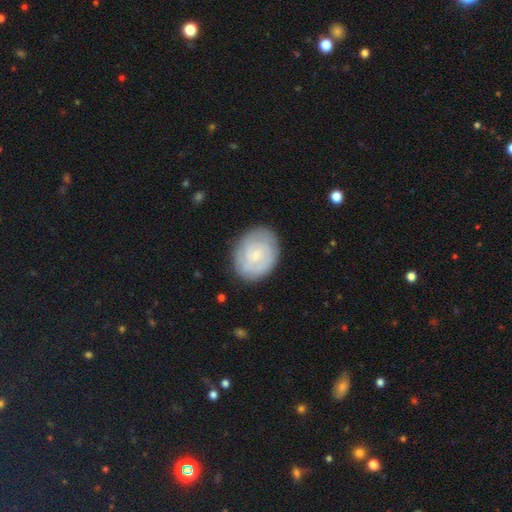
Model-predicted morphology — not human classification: Smooth or featured?
  - featured or disk: 57% *
  - smooth: 37%
  - star or artifact: 6%
Edge-on disk?
  - no: 97% *
  - yes: 3%
Bar?
  - no: 62% *
  - weak: 34%
  - strong: 5%
Spiral arms?
  - yes: 83% *
  - no: 17%
Bulge size?
  - small: 74% *
  - moderate: 16%
  - none: 7%
  - large: 1%
  - dominant: 1%
Merging?
  - none: 80% *
  - minor disturbance: 14%
  - major disturbance: 4%
  - merger: 1%